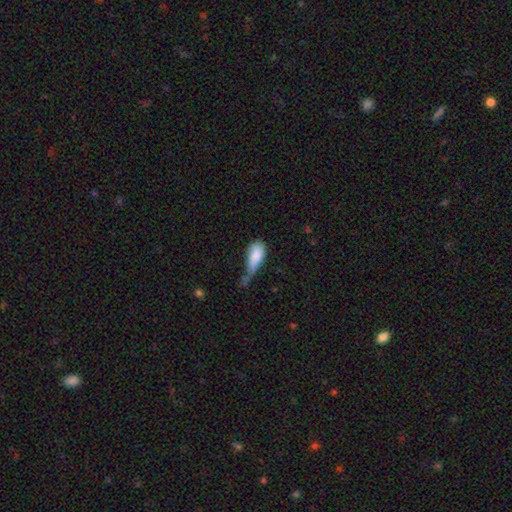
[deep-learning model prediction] A smooth galaxy with no disk features (81%) that is in between round and cigar-shaped (84%). Merging: minor disturbance (39%).